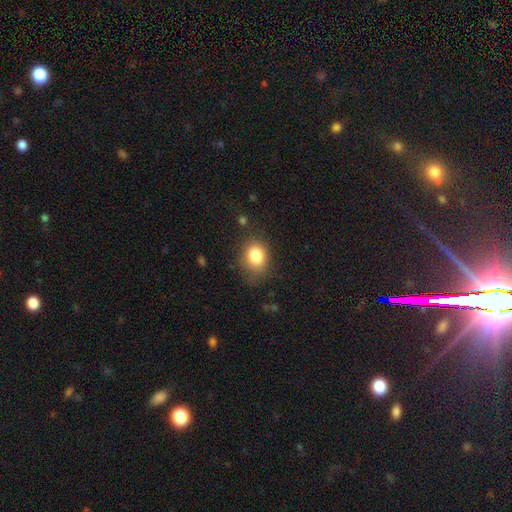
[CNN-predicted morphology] Smooth or featured? Predicted: smooth (p=0.82). How rounded? Predicted: round (p=0.51). Merging? Predicted: none (p=0.76).